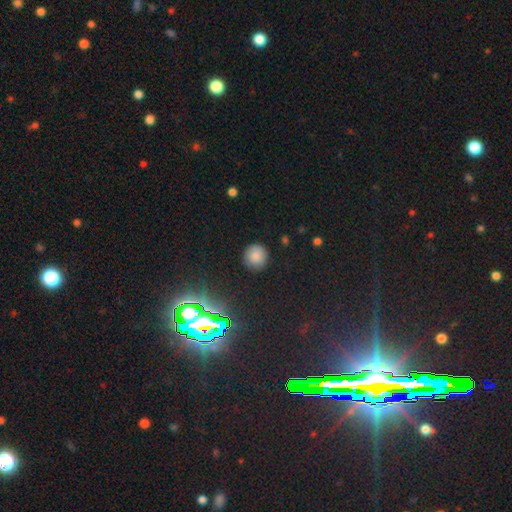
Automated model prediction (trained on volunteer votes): smooth_or_featured: smooth (p=0.79) [alt: star or artifact p=0.14]
how_rounded: round (p=0.93) [alt: in between p=0.06]
merging: none (p=0.87) [alt: minor disturbance p=0.09]